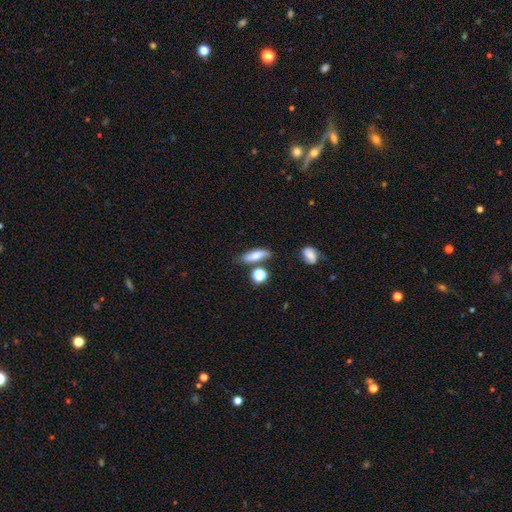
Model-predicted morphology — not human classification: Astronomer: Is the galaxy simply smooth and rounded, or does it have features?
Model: smooth — 70%.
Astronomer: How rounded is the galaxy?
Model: in between — 49% (runner-up: cigar-shaped, 45%).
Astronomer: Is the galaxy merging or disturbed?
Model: none — 68%.